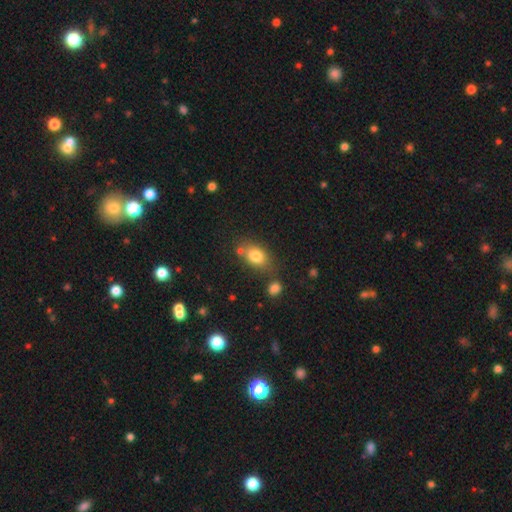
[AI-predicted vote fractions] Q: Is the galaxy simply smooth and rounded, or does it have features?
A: smooth — 79%.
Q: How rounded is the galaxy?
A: in between — 76%.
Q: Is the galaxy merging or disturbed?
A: none — 66%.